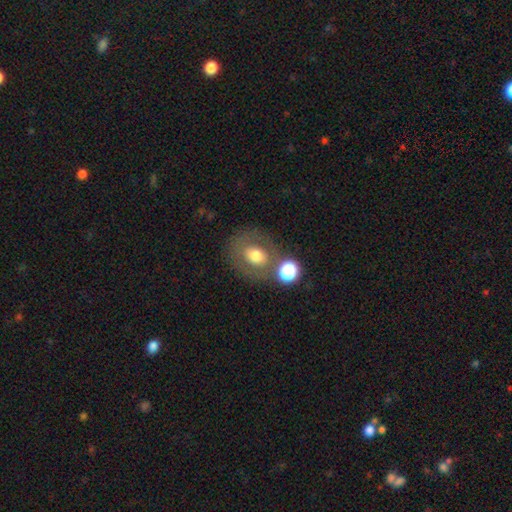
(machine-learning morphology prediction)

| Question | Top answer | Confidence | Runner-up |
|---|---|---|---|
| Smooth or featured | smooth | 63% | featured or disk (26%) |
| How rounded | round | 57% | in between (41%) |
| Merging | none | 68% | minor disturbance (13%) |